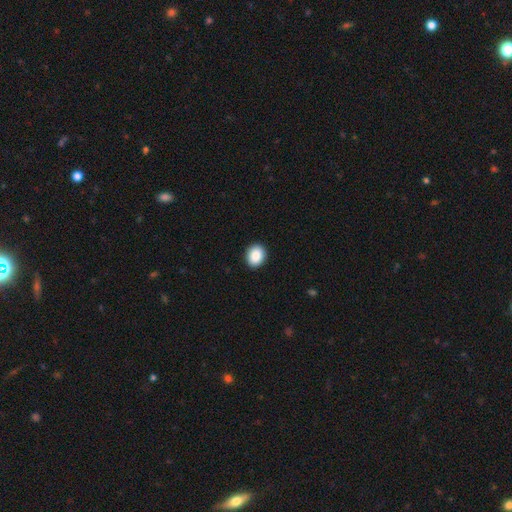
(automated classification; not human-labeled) Smooth or featured? Predicted: smooth (p=0.89). How rounded? Predicted: round (p=0.57). Merging? Predicted: none (p=0.92).